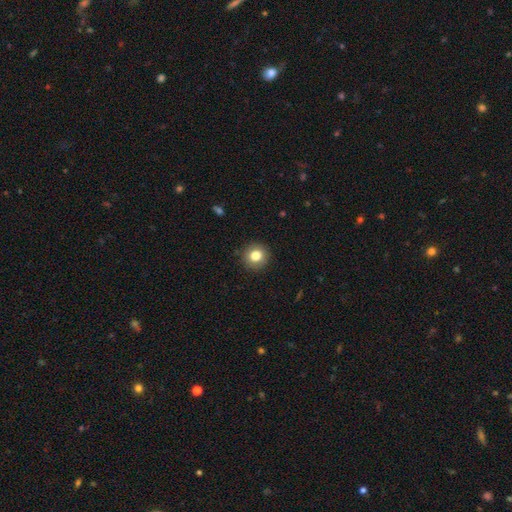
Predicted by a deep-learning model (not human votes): The model was most divided on "smooth or featured": smooth: 82%, star or artifact: 10%, featured or disk: 8%. More confident: how rounded — round (92%); merging — none (91%).